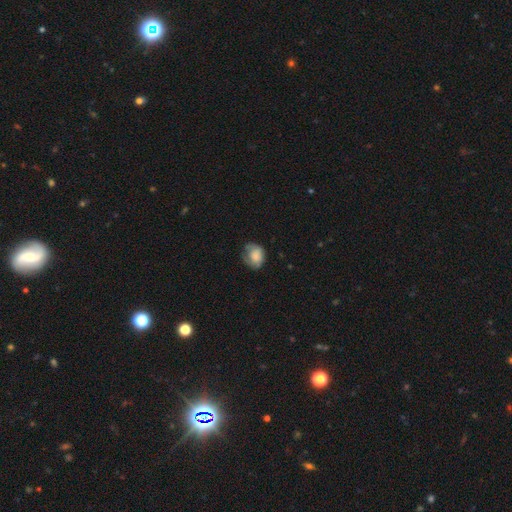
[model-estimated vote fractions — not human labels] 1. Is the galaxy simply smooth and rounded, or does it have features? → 71% smooth, 21% featured or disk, 8% star or artifact.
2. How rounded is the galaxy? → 53% round, 46% in between, 1% cigar-shaped.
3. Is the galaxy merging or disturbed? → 48% none, 34% minor disturbance, 17% major disturbance, 1% merger.